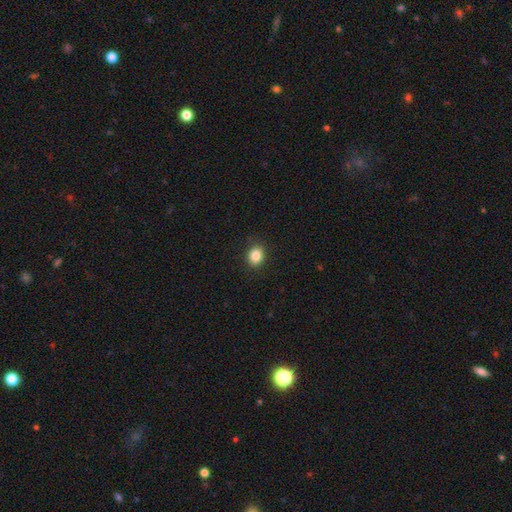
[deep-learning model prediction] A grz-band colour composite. It shows a smooth galaxy with no disk features (85%) that is round (60%). Merging: none (90%).